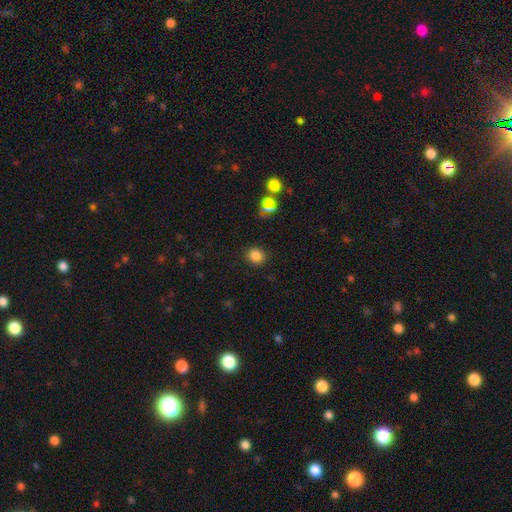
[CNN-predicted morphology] Overall: smooth (82%). How rounded: round (76%). Merging: none (87%).